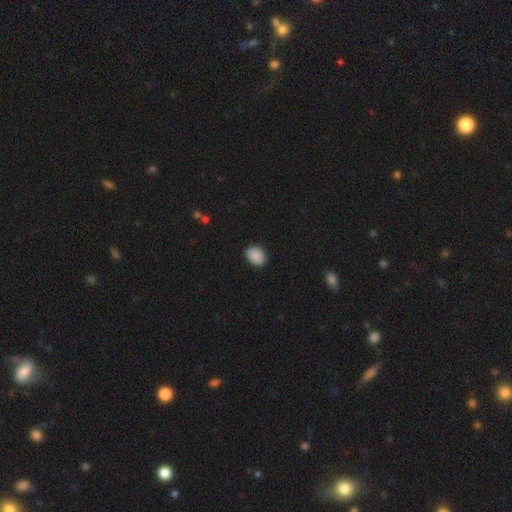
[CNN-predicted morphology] Smooth or featured? Predicted: smooth (p=0.89). How rounded? Predicted: in between (p=0.73). Merging? Predicted: none (p=0.83).